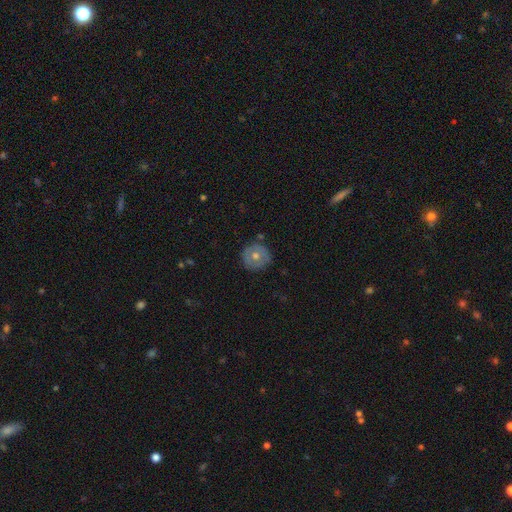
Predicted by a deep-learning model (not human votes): Smooth or featured? smooth (61%)
How rounded? round (94%)
Merging? none (85%)